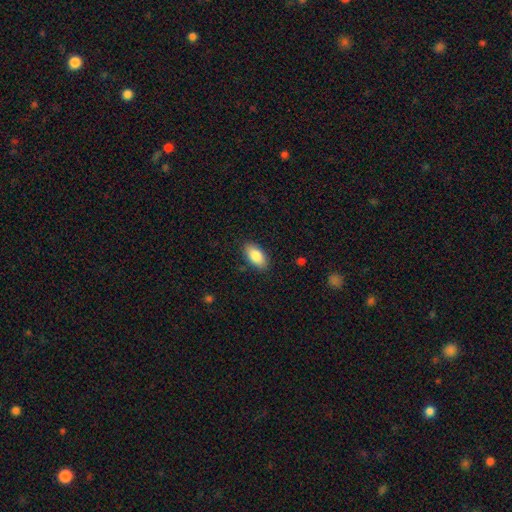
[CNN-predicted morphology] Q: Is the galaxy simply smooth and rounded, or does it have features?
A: smooth — 86%.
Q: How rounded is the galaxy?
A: in between — 92%.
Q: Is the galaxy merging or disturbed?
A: none — 87%.